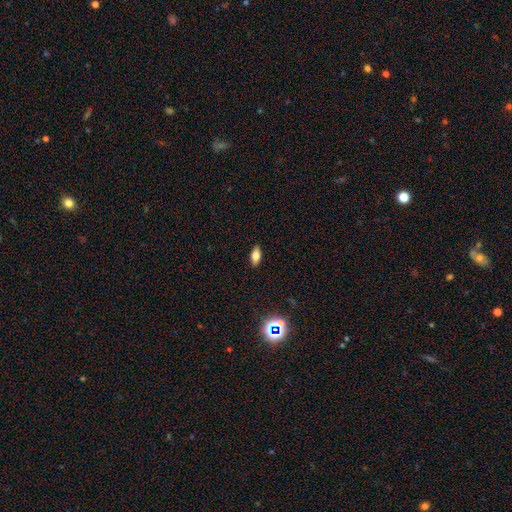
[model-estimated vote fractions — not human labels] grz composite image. It shows a smooth galaxy with no disk features (69%) that is in between round and cigar-shaped (82%). Merging: none (90%).